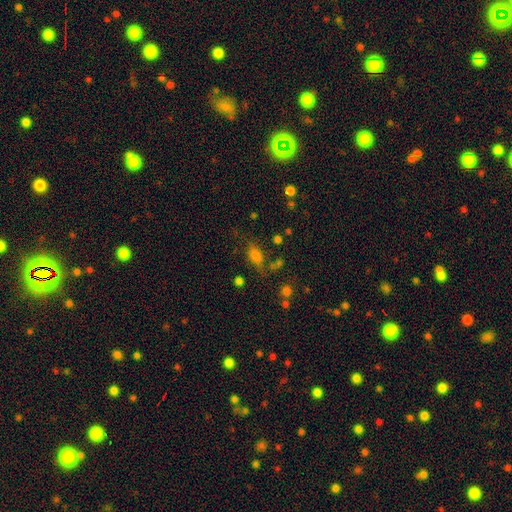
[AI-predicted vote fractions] Smooth or featured? Predicted: smooth (p=0.72). How rounded? Predicted: in between (p=0.81). Merging? Predicted: none (p=0.61).